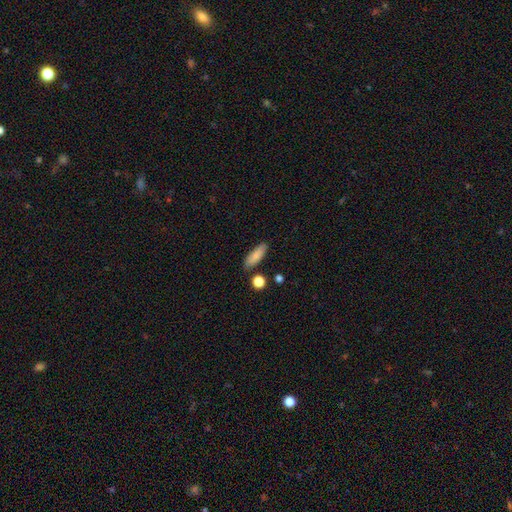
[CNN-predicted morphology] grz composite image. It shows a smooth galaxy with no disk features (82%) that is in between round and cigar-shaped (57%). Merging: none (82%).